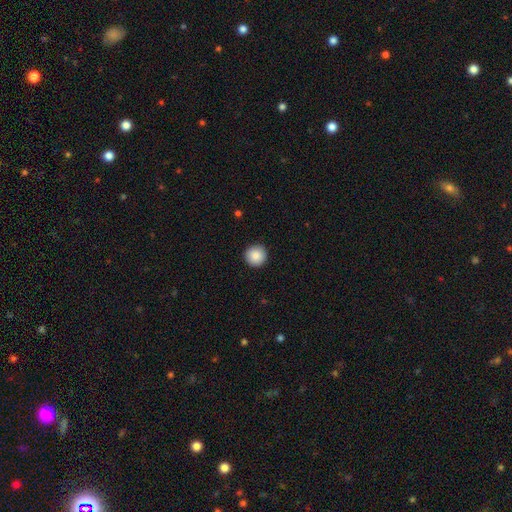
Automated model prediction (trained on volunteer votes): Q: Smooth or featured?
A: smooth (88%); runner-up: star or artifact (8%)
Q: How rounded?
A: round (96%); runner-up: in between (3%)
Q: Merging?
A: none (93%); runner-up: minor disturbance (5%)